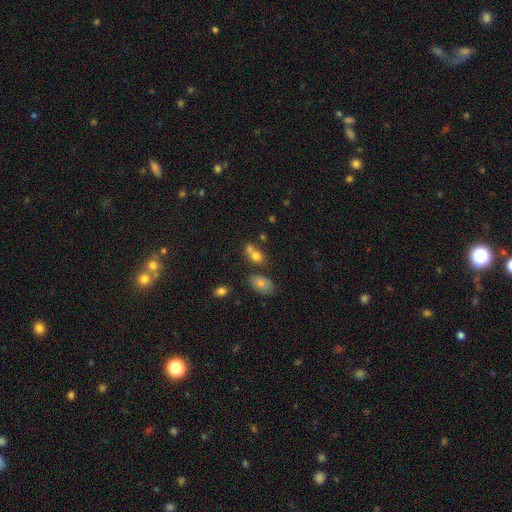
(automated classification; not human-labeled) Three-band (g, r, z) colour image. It shows a smooth galaxy with no disk features (73%) that is in between round and cigar-shaped (59%). Merging: merger (51%).